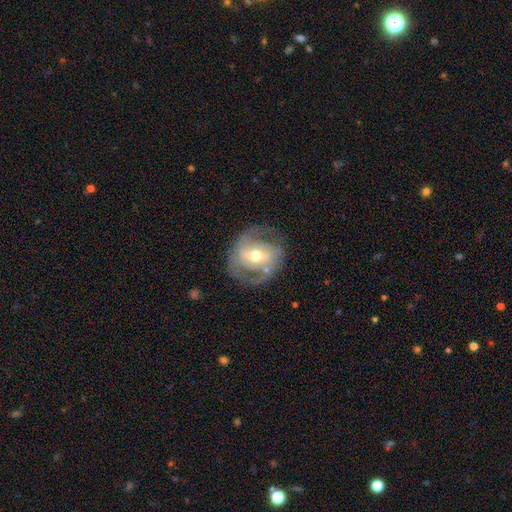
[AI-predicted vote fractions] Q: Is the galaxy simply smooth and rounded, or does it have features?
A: featured or disk — 81%.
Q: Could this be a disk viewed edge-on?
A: no — 96%.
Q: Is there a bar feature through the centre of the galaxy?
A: weak — 40%.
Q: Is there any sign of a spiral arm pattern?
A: yes — 86%.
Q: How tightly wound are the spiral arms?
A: medium — 45%.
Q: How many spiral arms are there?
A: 2 — 76%.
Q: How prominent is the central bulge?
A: moderate — 70%.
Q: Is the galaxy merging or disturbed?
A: none — 72%.